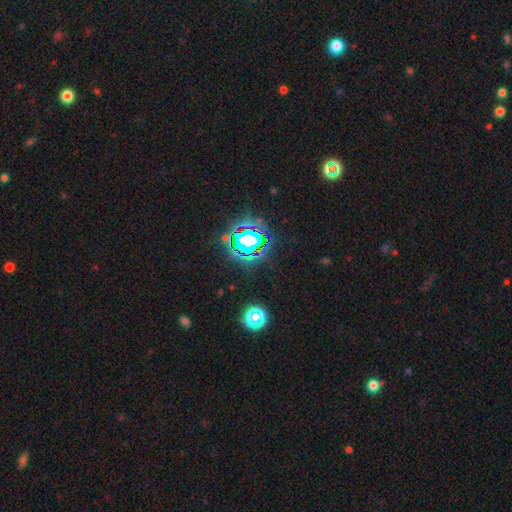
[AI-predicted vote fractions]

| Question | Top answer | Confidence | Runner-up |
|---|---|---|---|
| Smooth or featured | star or artifact | 80% | smooth (13%) |